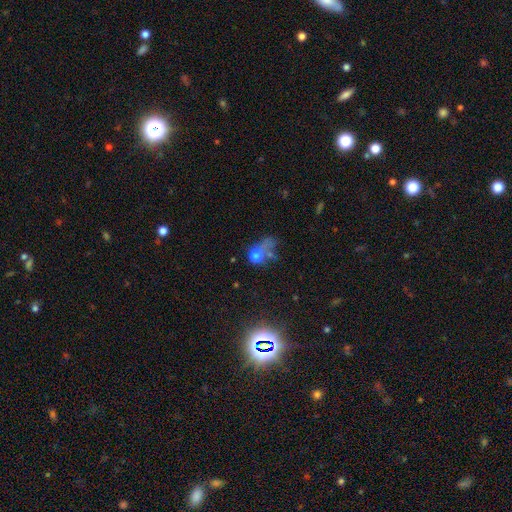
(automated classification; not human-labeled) This appears to be a smooth galaxy with no disk features (62%) that is round (62%). Merging: major disturbance (37%).